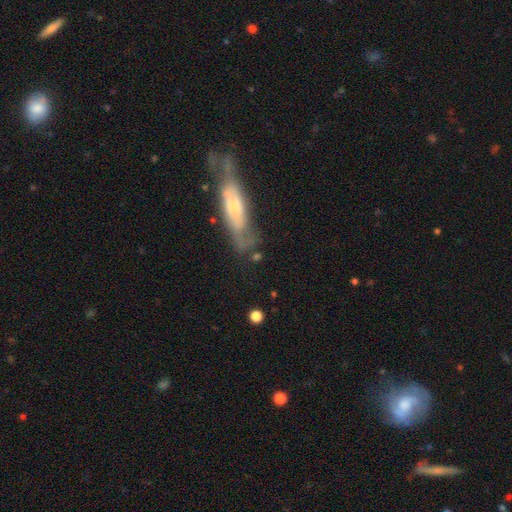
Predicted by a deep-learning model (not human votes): smooth-or-featured: featured or disk: 55% | smooth: 35% | star or artifact: 10%
  disk-edge-on: no: 59% | yes: 41%
  merging: none: 49% | minor disturbance: 24% | major disturbance: 18% | merger: 9%